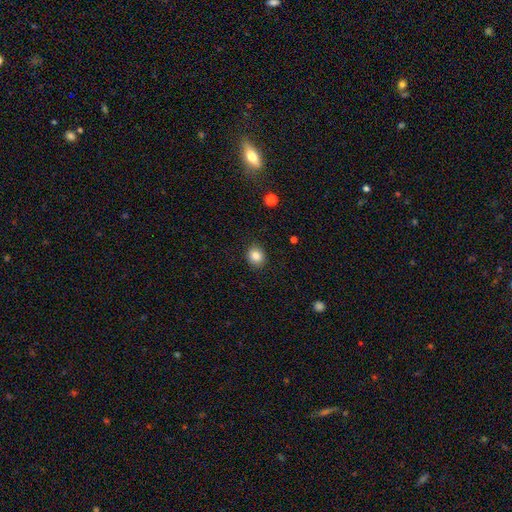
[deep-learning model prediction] This is clearly a smooth galaxy (86%). How rounded: likely round (68%). Merging: clearly none (88%).